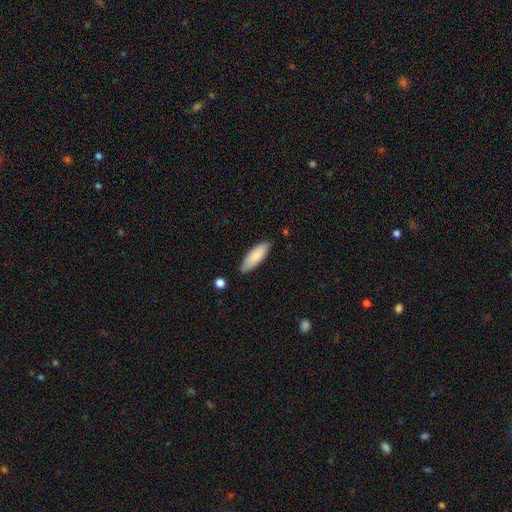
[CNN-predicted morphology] Smooth or featured?
  - smooth: 85% *
  - featured or disk: 10%
  - star or artifact: 6%
How rounded?
  - in between: 56% *
  - cigar-shaped: 42%
  - round: 1%
Merging?
  - none: 84% *
  - minor disturbance: 12%
  - merger: 2%
  - major disturbance: 2%